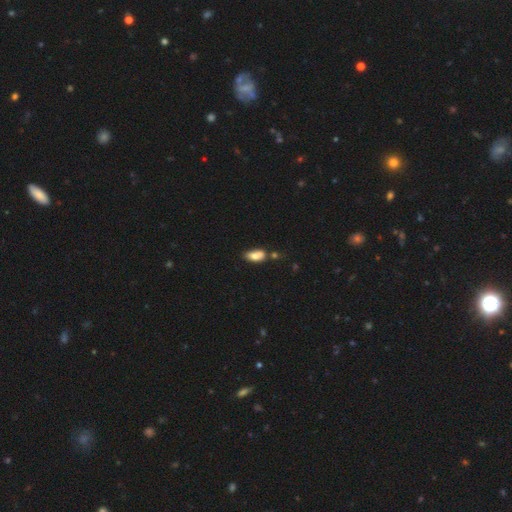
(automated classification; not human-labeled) Q: Smooth or featured?
A: smooth (75%); runner-up: featured or disk (17%)
Q: How rounded?
A: in between (88%); runner-up: cigar-shaped (7%)
Q: Merging?
A: none (45%); runner-up: merger (27%)